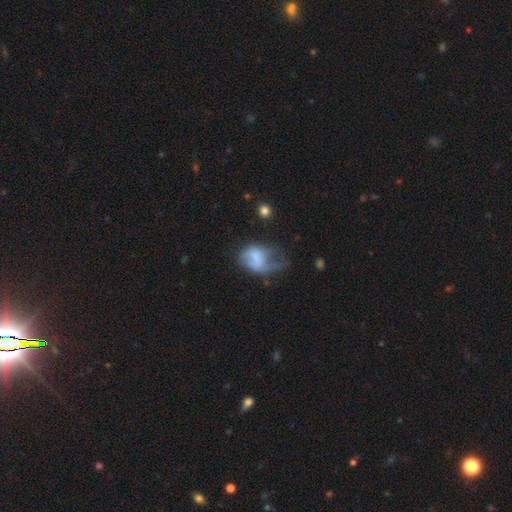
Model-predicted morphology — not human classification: Smooth or featured? smooth (46%)
Merging? major disturbance (44%)